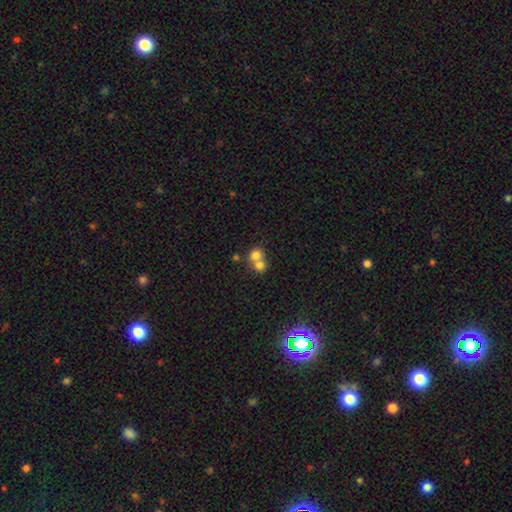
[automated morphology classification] Smooth or featured: smooth — 74% (featured or disk — 14%)
How rounded: round — 80% (in between — 19%)
Merging: merger — 64% (none — 30%)